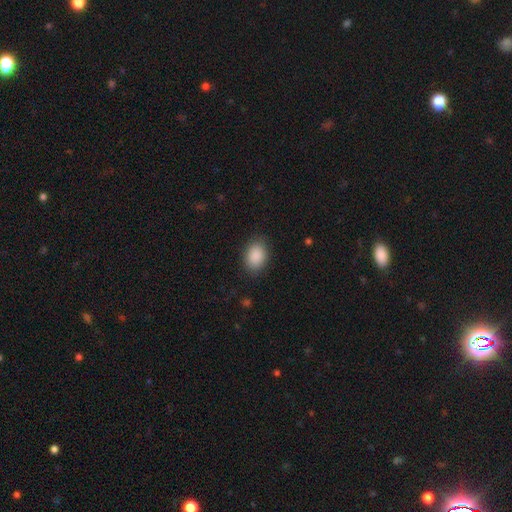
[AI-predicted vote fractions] smooth_or_featured: smooth (p=0.90) [alt: star or artifact p=0.07]
how_rounded: in between (p=0.77) [alt: round p=0.22]
merging: none (p=0.86) [alt: minor disturbance p=0.10]